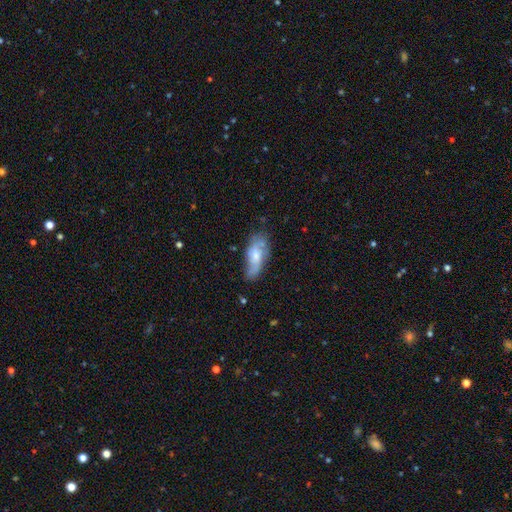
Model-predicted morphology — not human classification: Smooth or featured?
  - smooth: 49% *
  - featured or disk: 44%
  - star or artifact: 7%
Merging?
  - none: 54% *
  - minor disturbance: 30%
  - major disturbance: 12%
  - merger: 4%